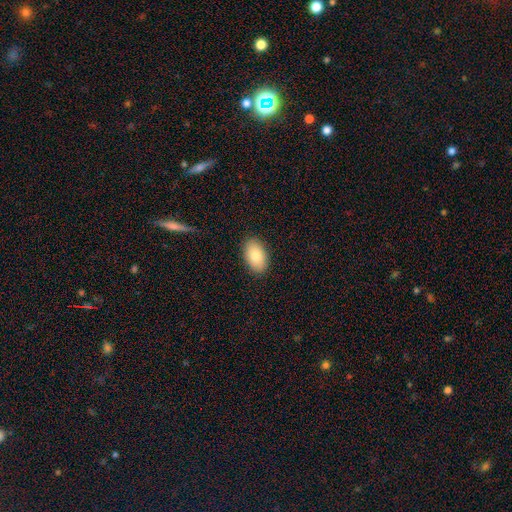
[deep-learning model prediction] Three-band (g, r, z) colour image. It shows a smooth galaxy with no disk features (82%) that is in between round and cigar-shaped (93%). Merging: none (89%).